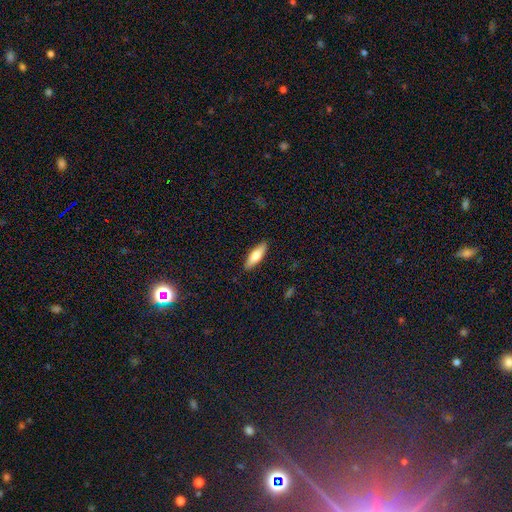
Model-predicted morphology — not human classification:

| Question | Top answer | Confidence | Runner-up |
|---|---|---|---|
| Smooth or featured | smooth | 74% | featured or disk (21%) |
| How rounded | in between | 49% | tied: cigar-shaped (49%) |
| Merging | none | 89% | minor disturbance (8%) |